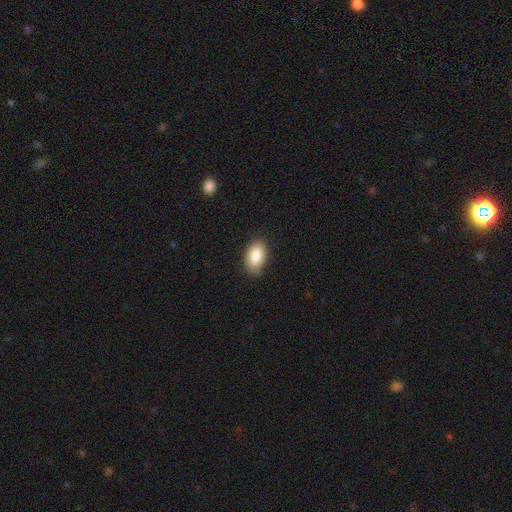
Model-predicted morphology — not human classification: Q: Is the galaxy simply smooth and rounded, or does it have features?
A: smooth — 86%.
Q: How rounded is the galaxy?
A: in between — 92%.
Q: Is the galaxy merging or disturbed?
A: none — 81%.